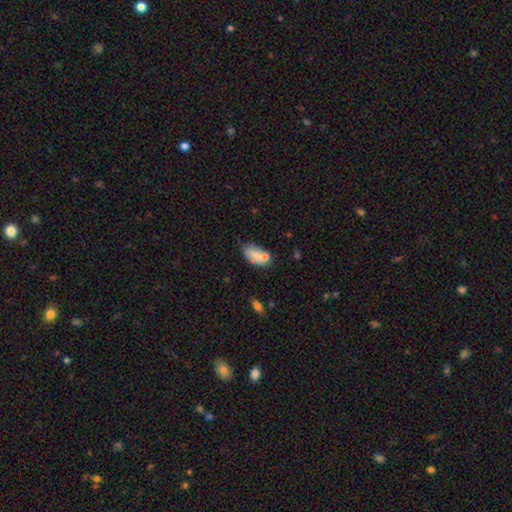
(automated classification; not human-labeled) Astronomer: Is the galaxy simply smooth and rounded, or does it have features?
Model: smooth — 72%.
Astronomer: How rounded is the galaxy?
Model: in between — 90%.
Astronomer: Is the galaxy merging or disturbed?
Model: none — 50%.